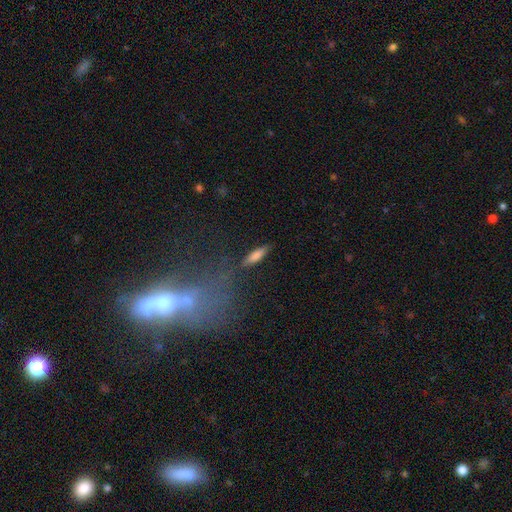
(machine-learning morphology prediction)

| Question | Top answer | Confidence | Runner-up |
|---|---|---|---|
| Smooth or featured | smooth | 74% | featured or disk (18%) |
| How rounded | cigar-shaped | 66% | in between (31%) |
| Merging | none | 83% | minor disturbance (12%) |